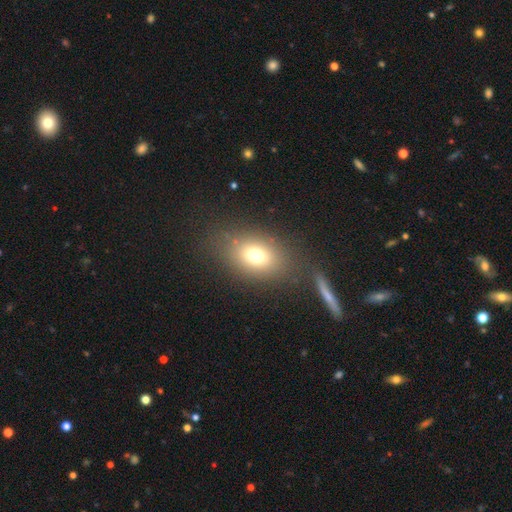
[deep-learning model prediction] smooth_or_featured: smooth (p=0.72) [alt: star or artifact p=0.14]
how_rounded: in between (p=0.67) [alt: round p=0.31]
merging: none (p=0.75) [alt: minor disturbance p=0.12]